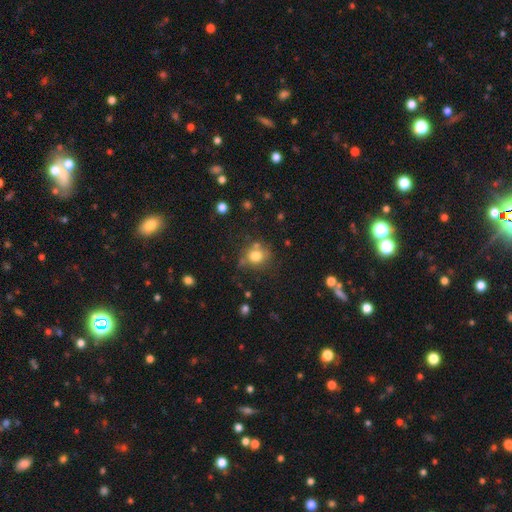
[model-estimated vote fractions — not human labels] Morphology: type=smooth (77%); roundness=round (79%); merging=none (65%).